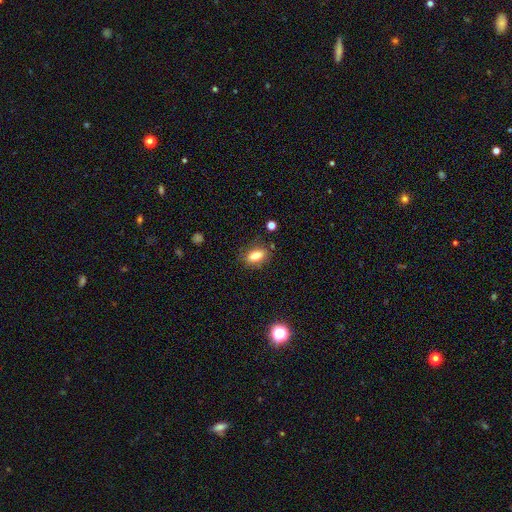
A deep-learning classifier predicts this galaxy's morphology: smooth 79%, featured or disk 12%, star or artifact 10%. Down the decision tree: how rounded — in between (83%); merging — none (81%).